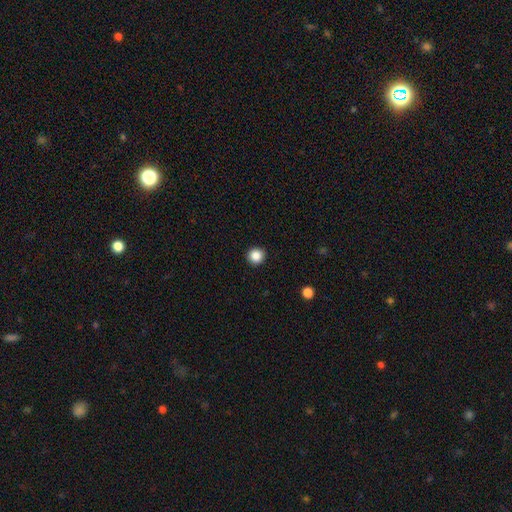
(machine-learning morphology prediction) Smooth or featured? Predicted: smooth (p=0.86). How rounded? Predicted: round (p=0.94). Merging? Predicted: none (p=0.93).